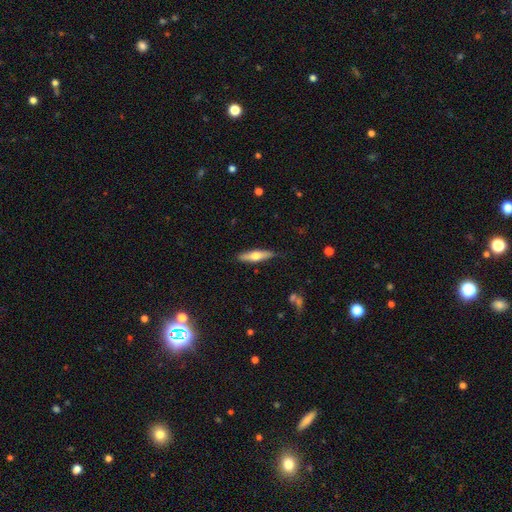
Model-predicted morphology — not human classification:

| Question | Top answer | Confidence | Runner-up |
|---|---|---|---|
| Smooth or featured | smooth | 53% | featured or disk (41%) |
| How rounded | cigar-shaped | 72% | in between (26%) |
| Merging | none | 84% | minor disturbance (12%) |